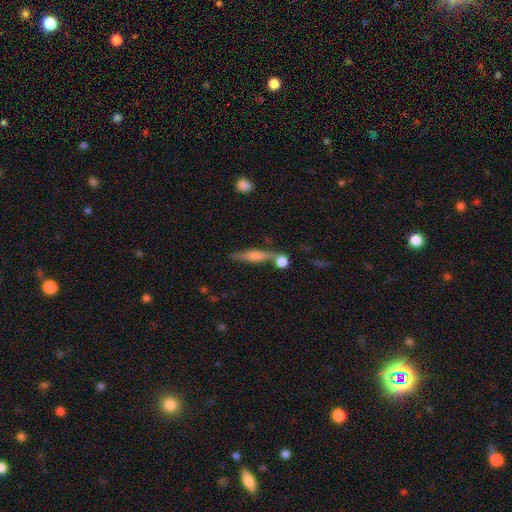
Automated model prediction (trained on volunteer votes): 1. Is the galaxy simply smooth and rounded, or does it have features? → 49% smooth, 43% featured or disk, 8% star or artifact.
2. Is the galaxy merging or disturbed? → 60% none, 20% merger, 14% minor disturbance, 6% major disturbance.